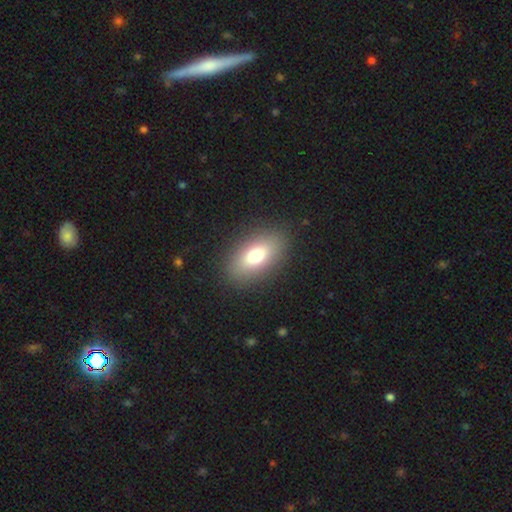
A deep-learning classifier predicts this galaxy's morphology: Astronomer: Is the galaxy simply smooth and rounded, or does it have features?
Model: smooth — 73%.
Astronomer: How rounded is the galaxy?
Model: in between — 86%.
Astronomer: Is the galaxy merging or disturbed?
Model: none — 88%.